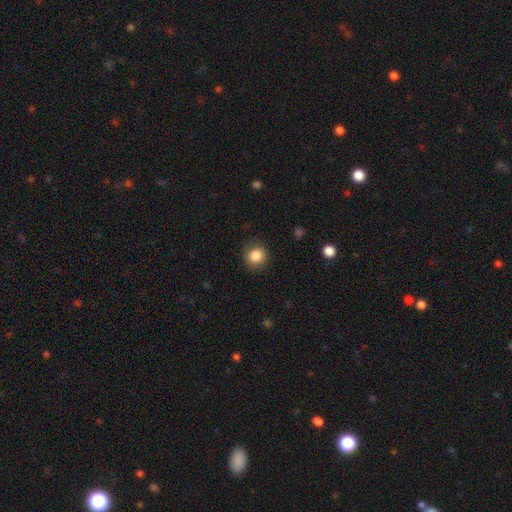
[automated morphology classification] smooth_or_featured: smooth (p=0.86) [alt: star or artifact p=0.10]
how_rounded: round (p=0.87) [alt: in between p=0.12]
merging: none (p=0.87) [alt: minor disturbance p=0.09]